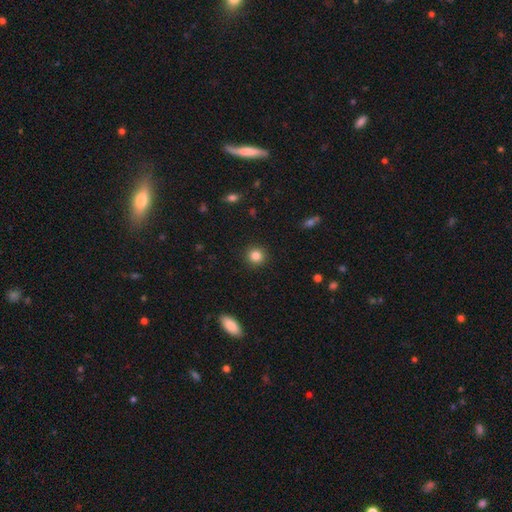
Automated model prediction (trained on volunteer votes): Morphology: type=smooth (84%); roundness=round (93%); merging=none (92%).